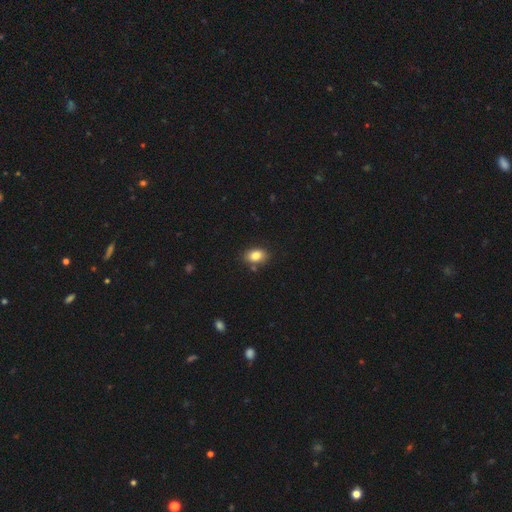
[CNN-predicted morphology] Smooth or featured? Predicted: smooth (p=0.84). How rounded? Predicted: in between (p=0.81). Merging? Predicted: none (p=0.81).